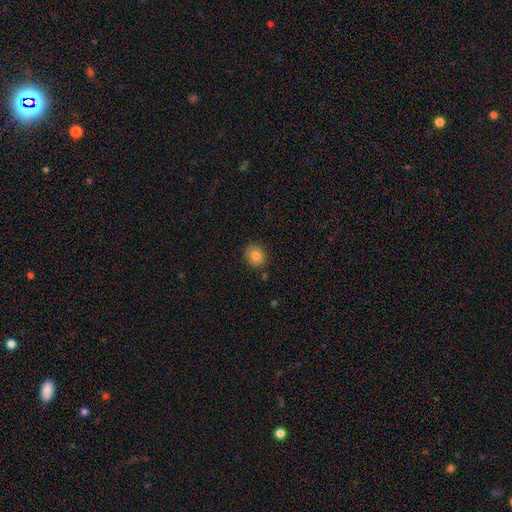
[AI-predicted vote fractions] This appears to be a smooth galaxy with no disk features (82%) that is round (79%). Merging: none (87%).